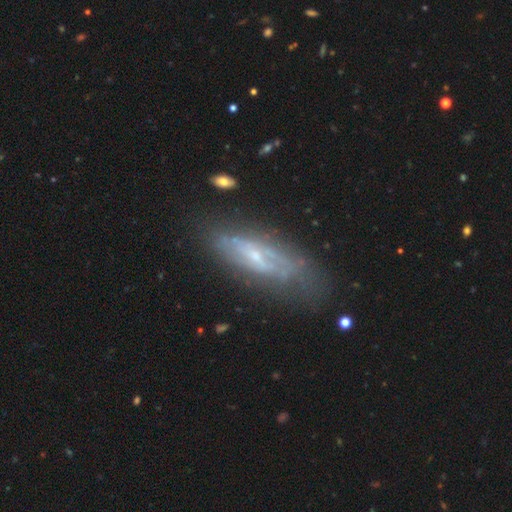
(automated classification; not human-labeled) A featured or disk galaxy (66%). Merging: none (62%).